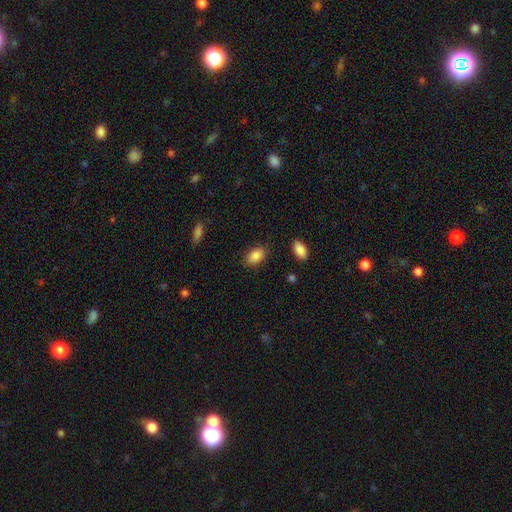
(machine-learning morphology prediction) Smooth or featured? smooth (85%)
How rounded? in between (90%)
Merging? none (85%)